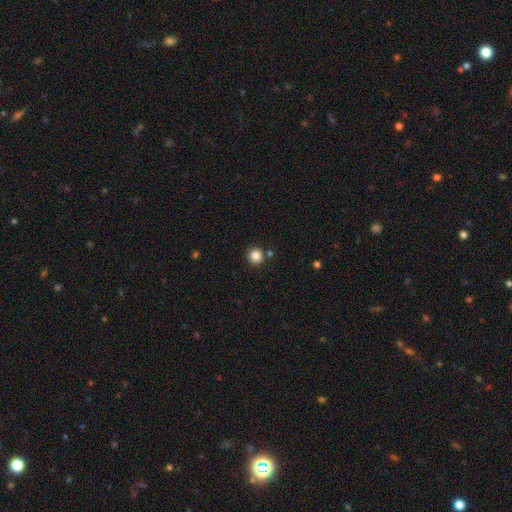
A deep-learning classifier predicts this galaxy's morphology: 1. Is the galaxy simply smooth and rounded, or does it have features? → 86% smooth, 11% star or artifact, 3% featured or disk.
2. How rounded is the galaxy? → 93% round, 6% in between, 1% cigar-shaped.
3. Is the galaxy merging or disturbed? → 87% none, 6% minor disturbance, 4% merger, 2% major disturbance.